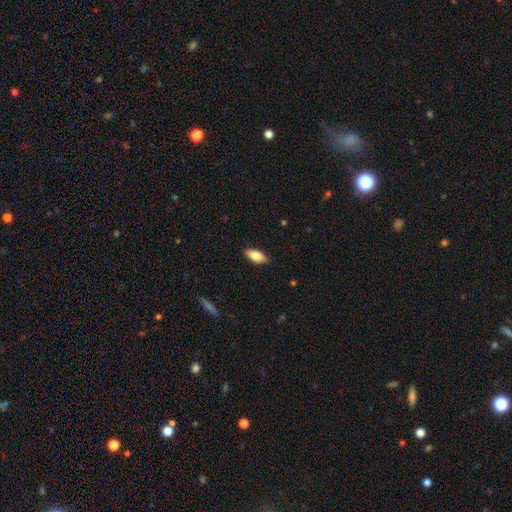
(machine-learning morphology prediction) A smooth galaxy with no disk features (74%) that is in between round and cigar-shaped (83%). Merging: none (86%).